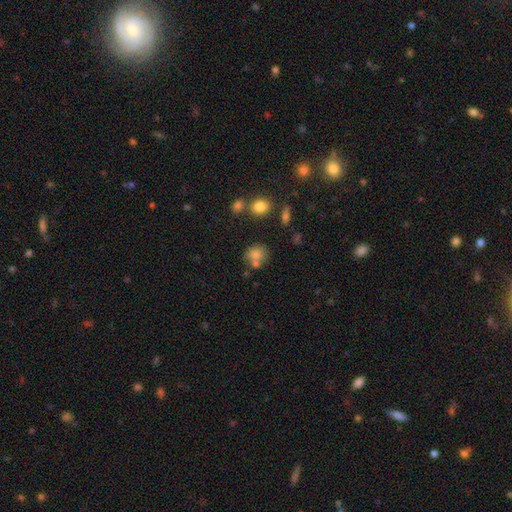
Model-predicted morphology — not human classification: A smooth galaxy with no disk features (78%) that is round (73%).

Vote fractions:
- Smooth or featured? smooth: 78% / star or artifact: 12% / featured or disk: 10%
- How rounded? round: 73% / in between: 26% / cigar-shaped: 1%
- Merging? none: 57% / merger: 25% / minor disturbance: 13% / major disturbance: 5%